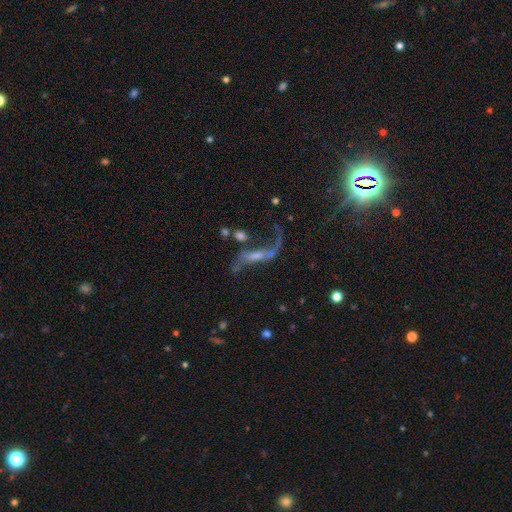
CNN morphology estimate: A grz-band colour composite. It shows a featured or disk galaxy (76%) with a weak bar (37%), 2 (81%) loose (93%) spiral arms (83%) and a small central bulge (42%). Merging: none (44%).